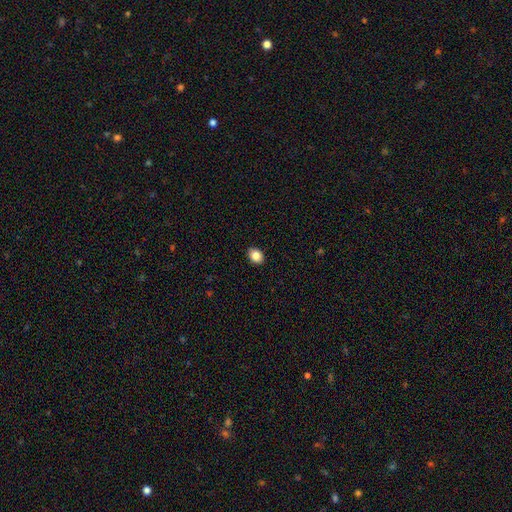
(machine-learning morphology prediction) smooth 86%, star or artifact 9%, featured or disk 6%. Down the decision tree: how rounded — in between (63%); merging — none (91%).